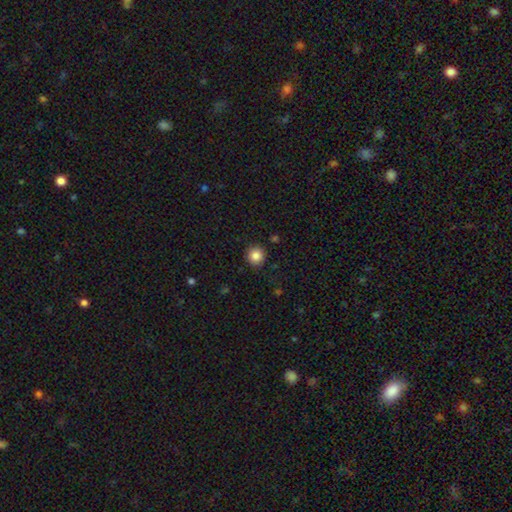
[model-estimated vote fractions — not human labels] smooth 85%, star or artifact 10%, featured or disk 5%. Down the decision tree: how rounded — round (93%); merging — none (90%).